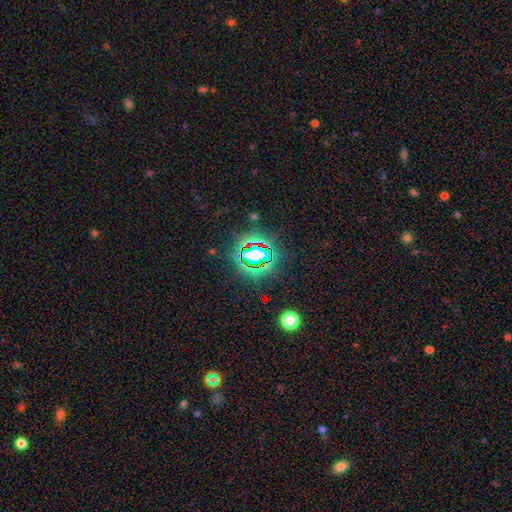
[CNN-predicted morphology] star or artifact 81%, smooth 12%, featured or disk 7%.